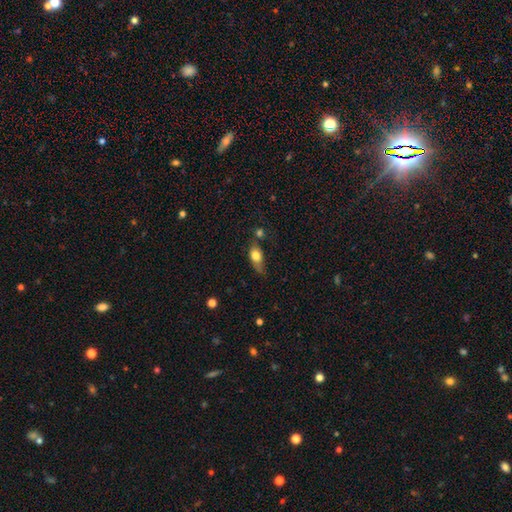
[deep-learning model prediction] smooth_or_featured: smooth (p=0.76) [alt: featured or disk p=0.16]
how_rounded: in between (p=0.76) [alt: round p=0.17]
merging: none (p=0.40) [alt: minor disturbance p=0.34]